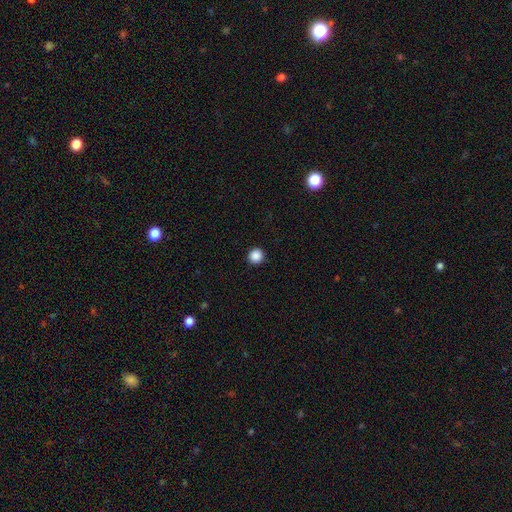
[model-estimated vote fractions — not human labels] smooth 88%, star or artifact 10%, featured or disk 2%. Down the decision tree: how rounded — round (95%); merging — none (93%).